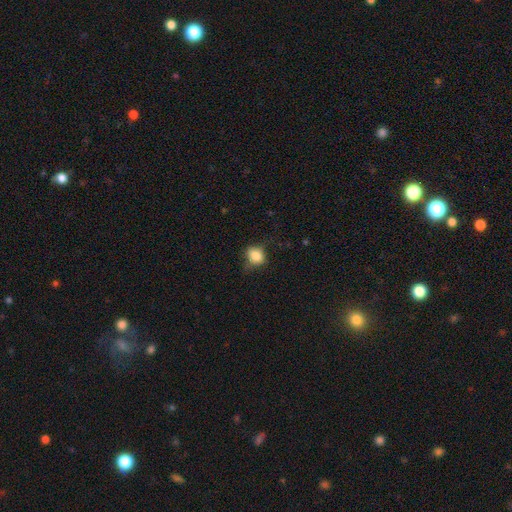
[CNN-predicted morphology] Smooth or featured: smooth — 81% (star or artifact — 9%)
How rounded: round — 57% (in between — 42%)
Merging: none — 60% (minor disturbance — 29%)